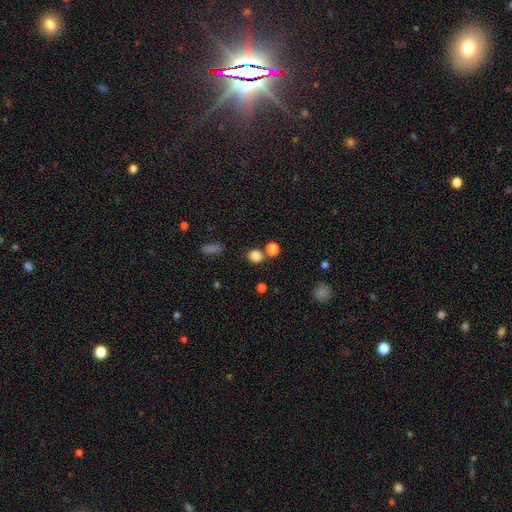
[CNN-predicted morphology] type=smooth (83%); roundness=round (68%); merging=none (67%).